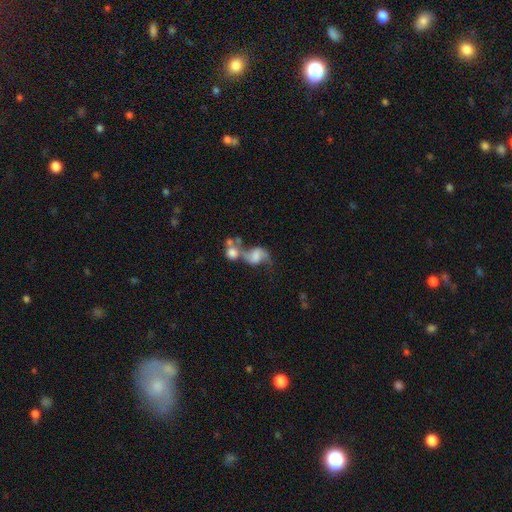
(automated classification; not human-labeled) smooth_or_featured: featured or disk (p=0.55) [alt: smooth p=0.34]
disk_edge_on: no (p=0.97) [alt: yes p=0.03]
bar: no (p=0.56) [alt: weak p=0.32]
has_spiral_arms: yes (p=0.79) [alt: no p=0.21]
bulge_size: none (p=0.37) [alt: moderate p=0.22]
merging: merger (p=0.54) [alt: none p=0.20]